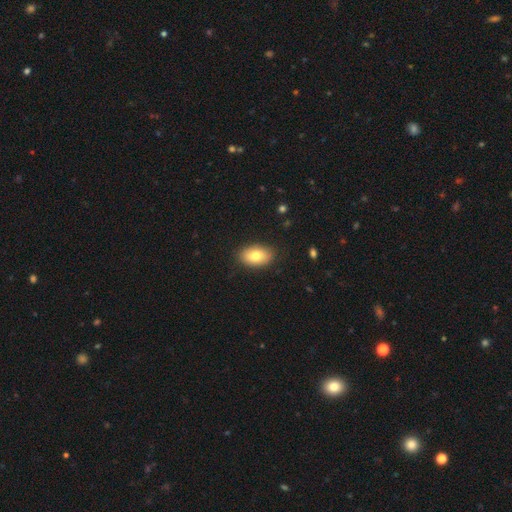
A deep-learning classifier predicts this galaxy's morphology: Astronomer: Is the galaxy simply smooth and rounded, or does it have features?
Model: smooth — 78%.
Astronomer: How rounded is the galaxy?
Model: in between — 90%.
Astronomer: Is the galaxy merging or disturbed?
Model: none — 86%.